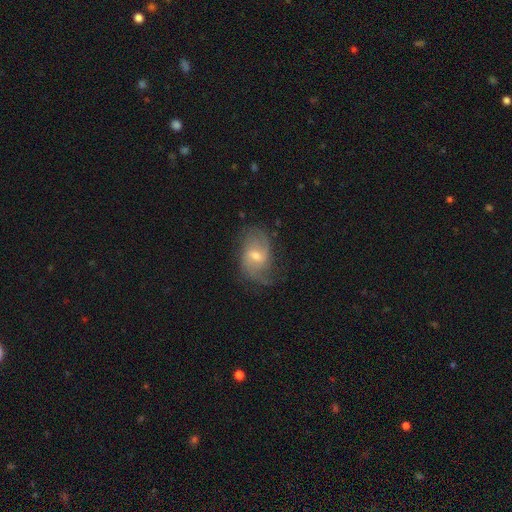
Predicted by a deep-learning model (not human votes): Smooth or featured: featured or disk — 76% (smooth — 17%)
Edge-on disk: no — 96% (yes — 4%)
Bar: weak — 58% (no — 29%)
Spiral arms: yes — 92% (no — 8%)
Spiral winding: medium — 42% (tied with loose — 42%)
Spiral arm count: 2 — 72% (can't tell — 13%)
Bulge size: moderate — 54% (small — 39%)
Merging: none — 65% (minor disturbance — 22%)